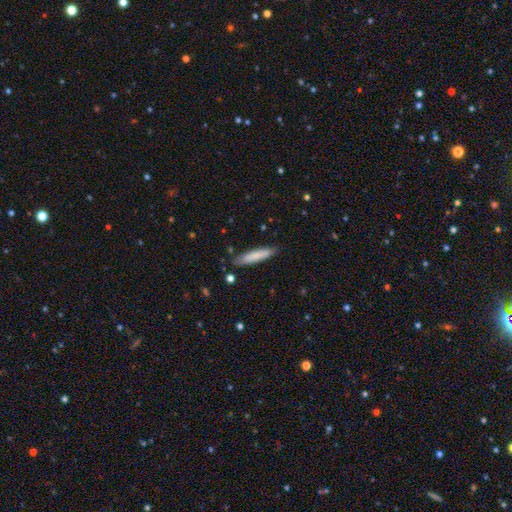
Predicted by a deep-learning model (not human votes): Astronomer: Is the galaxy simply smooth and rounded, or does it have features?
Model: smooth — 80%.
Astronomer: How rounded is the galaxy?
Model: cigar-shaped — 88%.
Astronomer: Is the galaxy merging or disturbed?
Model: none — 85%.